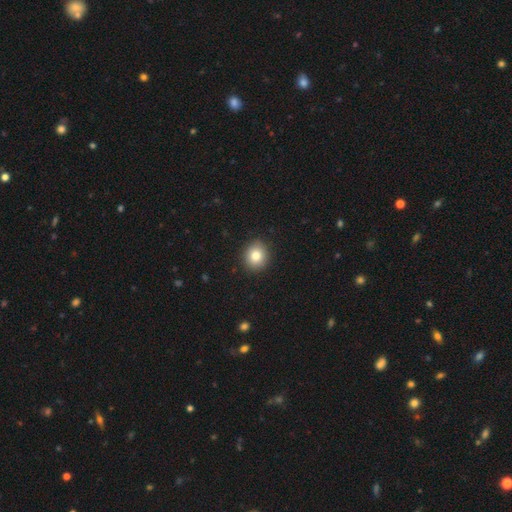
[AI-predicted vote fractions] Overall: smooth (82%). How rounded: round (78%). Merging: none (91%).